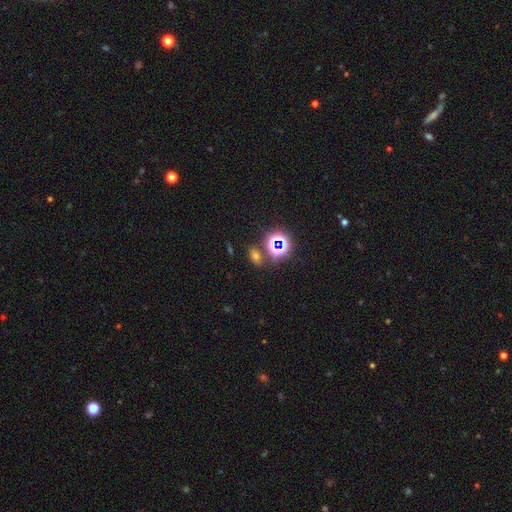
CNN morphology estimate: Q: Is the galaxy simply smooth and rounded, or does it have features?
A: smooth — 52%.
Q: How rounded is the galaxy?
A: in between — 78%.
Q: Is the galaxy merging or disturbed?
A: none — 76%.